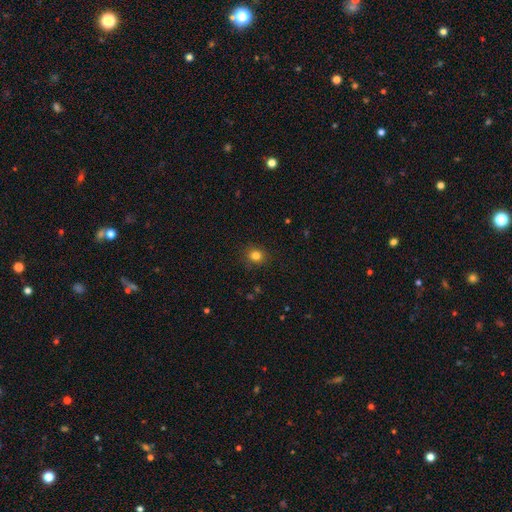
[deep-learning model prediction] Overall: smooth (81%). How rounded: round (80%). Merging: none (88%).